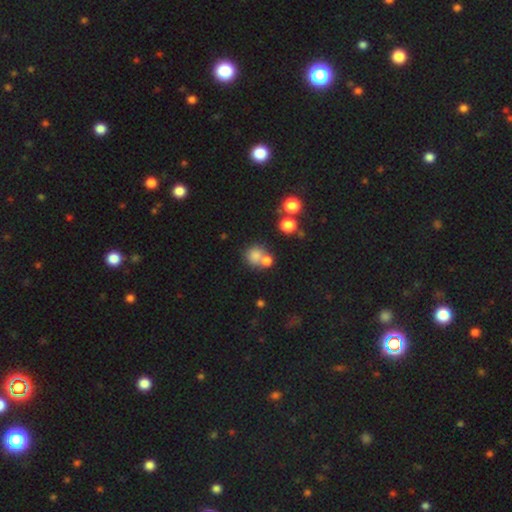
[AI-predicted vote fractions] This appears to be a smooth galaxy with no disk features (75%) that is round (81%). Merging: none (48%).